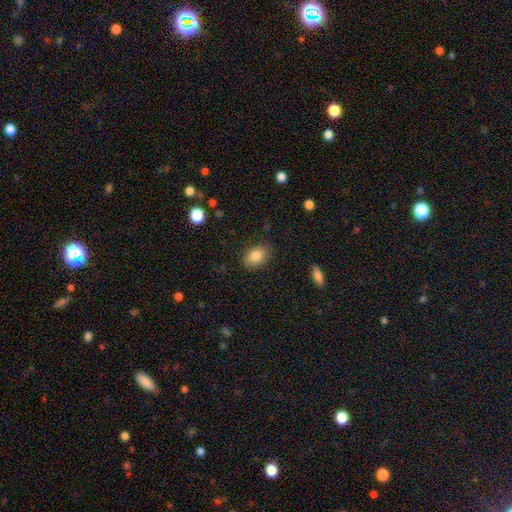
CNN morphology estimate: Overall: smooth (85%). How rounded: in between (79%). Merging: none (84%).